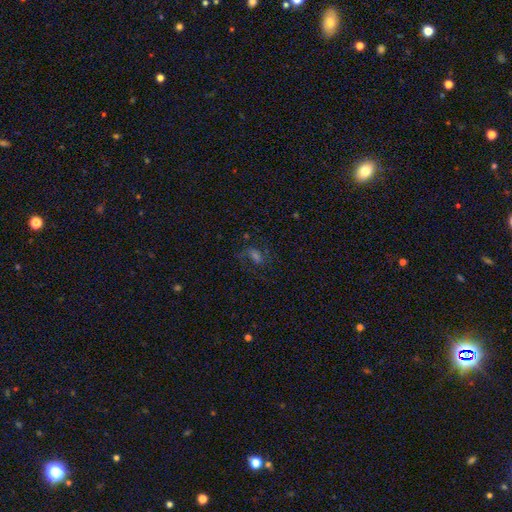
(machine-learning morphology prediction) smooth_or_featured: featured or disk (p=0.45) [alt: star or artifact p=0.28]
merging: none (p=0.69) [alt: minor disturbance p=0.16]